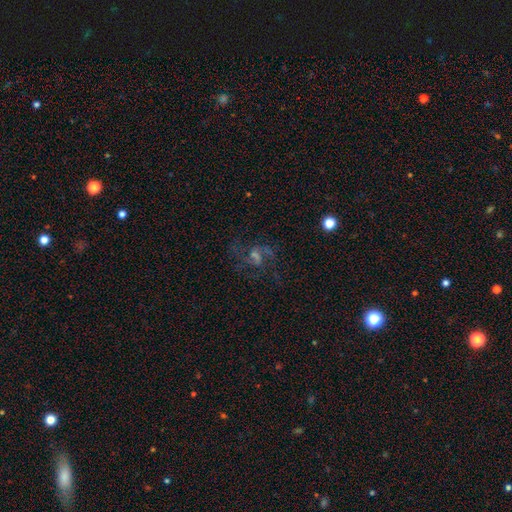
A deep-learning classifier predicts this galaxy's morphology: A featured or disk galaxy (67%) with a weak bar (49%), 2 (71%) loose (48%) spiral arms (88%) and a small central bulge (41%).

Vote fractions:
- Smooth or featured? featured or disk: 67% / star or artifact: 20% / smooth: 13%
- Edge-on disk? no: 97% / yes: 3%
- Bar? weak: 49% / no: 35% / strong: 15%
- Spiral arms? yes: 88% / no: 12%
- Spiral winding? loose: 48% / medium: 42% / tight: 10%
- Spiral arm count? 2: 71% / can't tell: 12% / 3: 6% / 1: 6% / 4: 3% / more than 4: 2%
- Bulge size? small: 41% / moderate: 30% / none: 23% / large: 5% / dominant: 2%
- Merging? none: 61% / major disturbance: 21% / minor disturbance: 14% / merger: 4%